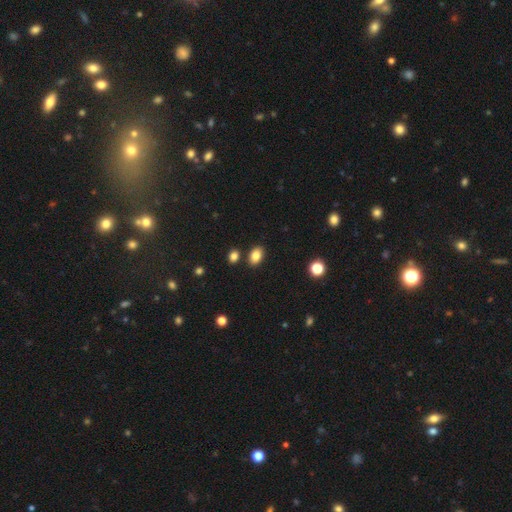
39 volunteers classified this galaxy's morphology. Smooth or featured?
  - smooth: 85% *
  - featured or disk: 10%
  - star or artifact: 5%
How rounded?
  - in between: 82% *
  - round: 18%
  - cigar-shaped: 0%
Merging?
  - none: 76% *
  - minor disturbance: 14%
  - merger: 8%
  - major disturbance: 3%